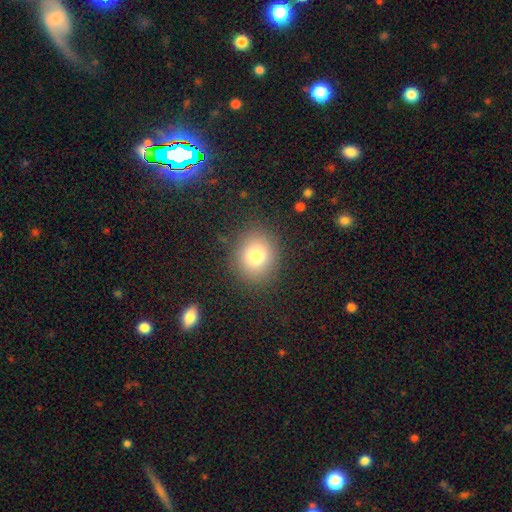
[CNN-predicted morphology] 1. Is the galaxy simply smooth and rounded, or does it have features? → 78% smooth, 13% star or artifact, 9% featured or disk.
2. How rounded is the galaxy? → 78% round, 21% in between, 1% cigar-shaped.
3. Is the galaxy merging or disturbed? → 87% none, 8% minor disturbance, 4% major disturbance, 1% merger.